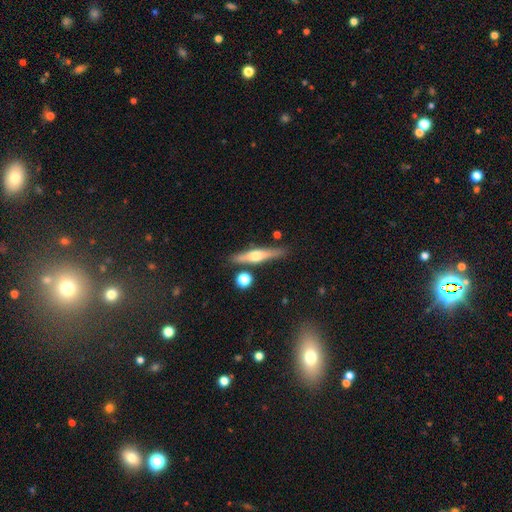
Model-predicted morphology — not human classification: This is possibly a featured or disk galaxy (60%). It is clearly viewed edge-on (95%). Edge-on bulge: clearly rounded (91%). Merging: clearly none (82%).